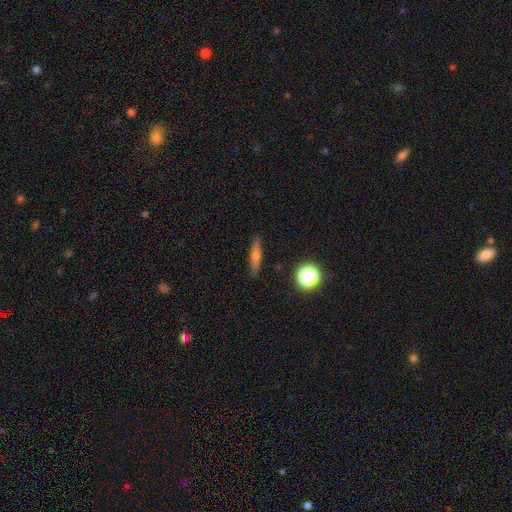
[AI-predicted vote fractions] smooth_or_featured: smooth (p=0.55) [alt: featured or disk p=0.35]
how_rounded: cigar-shaped (p=0.79) [alt: in between p=0.16]
merging: none (p=0.88) [alt: minor disturbance p=0.09]